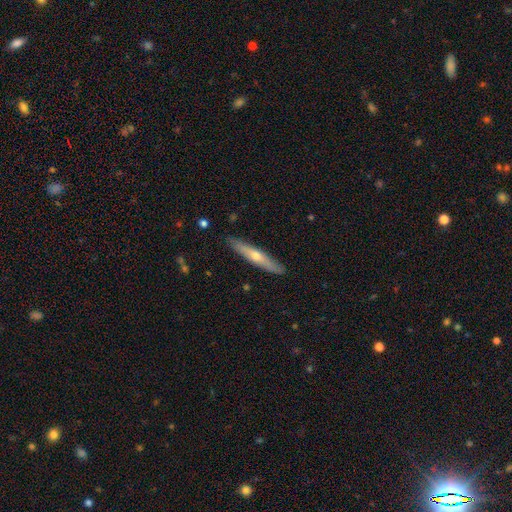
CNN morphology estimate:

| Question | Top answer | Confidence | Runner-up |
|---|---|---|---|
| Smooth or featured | featured or disk | 55% | smooth (39%) |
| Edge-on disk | yes | 91% | no (9%) |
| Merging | none | 89% | minor disturbance (8%) |